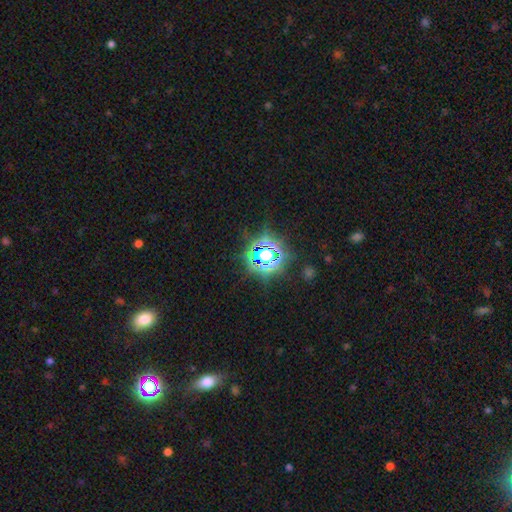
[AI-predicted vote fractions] Overall: star or artifact (76%).